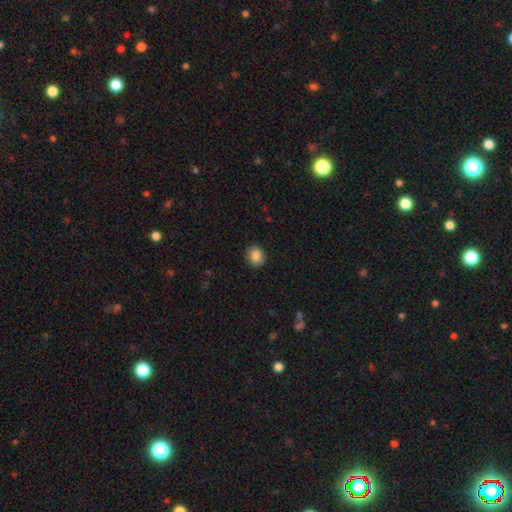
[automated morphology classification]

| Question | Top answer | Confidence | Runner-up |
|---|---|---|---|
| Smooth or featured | smooth | 86% | star or artifact (8%) |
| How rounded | round | 70% | in between (29%) |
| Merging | none | 87% | minor disturbance (10%) |